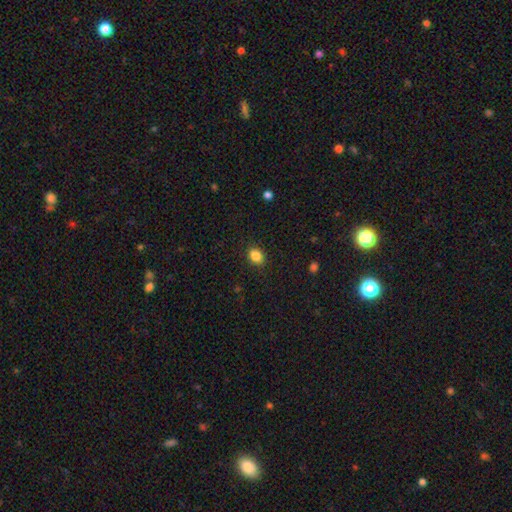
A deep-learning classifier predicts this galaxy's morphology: Smooth or featured? Predicted: smooth (p=0.86). How rounded? Predicted: in between (p=0.66). Merging? Predicted: none (p=0.87).